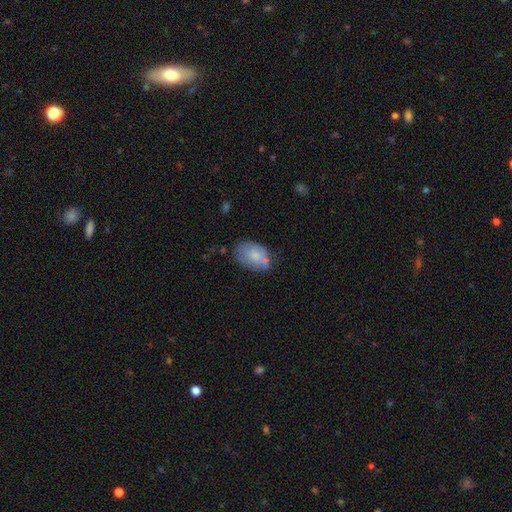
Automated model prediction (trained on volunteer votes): Smooth or featured: smooth — 73% (featured or disk — 20%)
How rounded: in between — 87% (round — 12%)
Merging: none — 55% (minor disturbance — 28%)